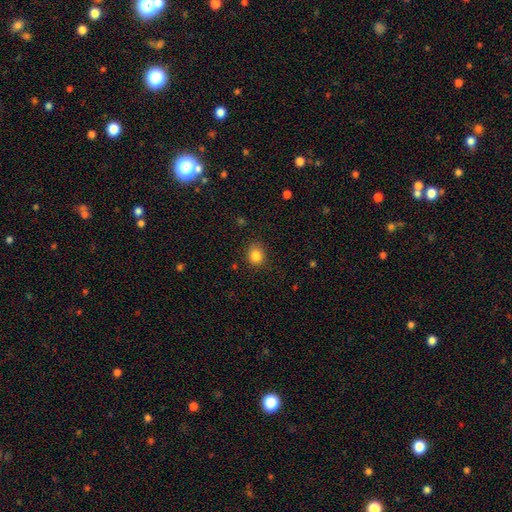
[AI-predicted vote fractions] Smooth or featured? smooth (85%)
How rounded? round (72%)
Merging? none (80%)